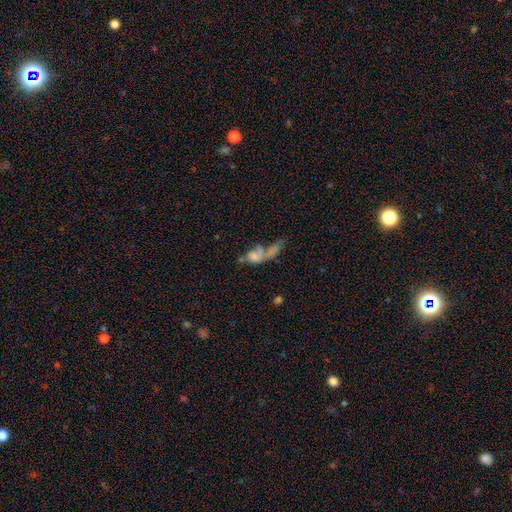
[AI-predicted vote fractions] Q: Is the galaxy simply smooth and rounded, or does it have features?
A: smooth — 58%.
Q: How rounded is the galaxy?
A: in between — 70%.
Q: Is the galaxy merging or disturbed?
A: merger — 55%.